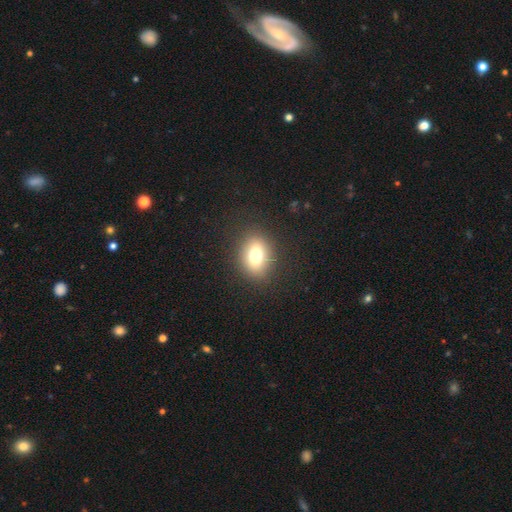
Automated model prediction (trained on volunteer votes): smooth-or-featured: smooth: 76% | featured or disk: 12% | star or artifact: 12%
  how-rounded: in between: 59% | round: 40% | cigar-shaped: 1%
  merging: none: 86% | minor disturbance: 9% | major disturbance: 4% | merger: 1%